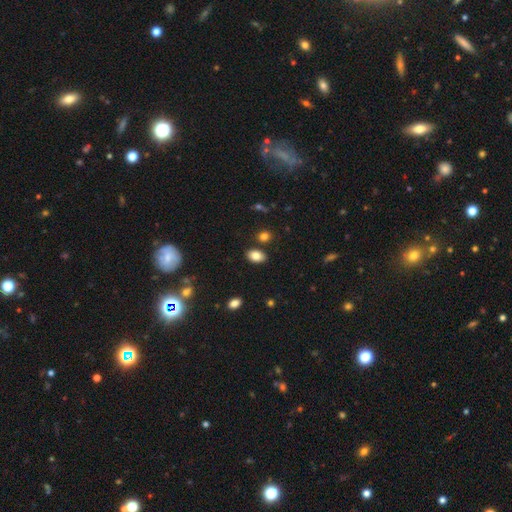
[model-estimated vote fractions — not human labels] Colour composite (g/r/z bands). It shows a smooth galaxy with no disk features (83%) that is in between round and cigar-shaped (88%). Merging: none (84%).